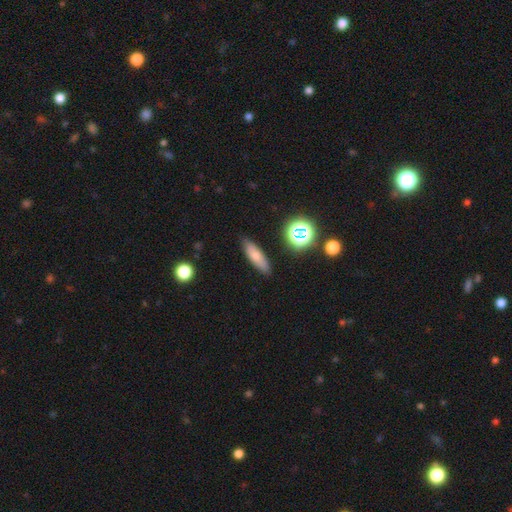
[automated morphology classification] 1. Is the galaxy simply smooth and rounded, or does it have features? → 72% smooth, 17% featured or disk, 11% star or artifact.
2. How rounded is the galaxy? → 52% cigar-shaped, 45% in between, 4% round.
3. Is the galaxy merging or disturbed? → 86% none, 10% minor disturbance, 2% major disturbance, 2% merger.